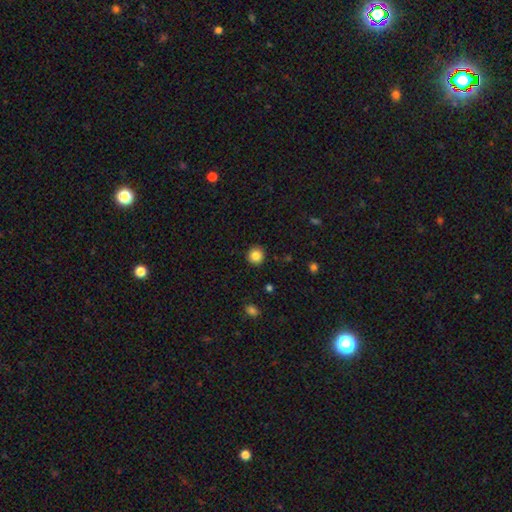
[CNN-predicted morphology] This appears to be a smooth galaxy with no disk features (84%) that is round (93%). Merging: none (91%).